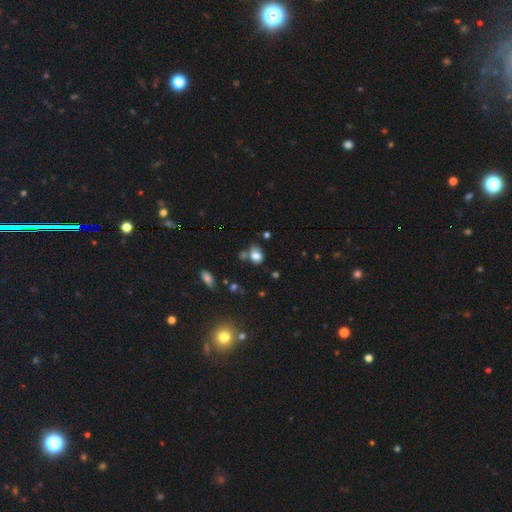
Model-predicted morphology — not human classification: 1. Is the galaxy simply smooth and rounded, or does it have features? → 75% smooth, 13% star or artifact, 13% featured or disk.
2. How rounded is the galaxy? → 63% in between, 35% round, 2% cigar-shaped.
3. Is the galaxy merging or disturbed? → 52% none, 22% minor disturbance, 19% merger, 8% major disturbance.